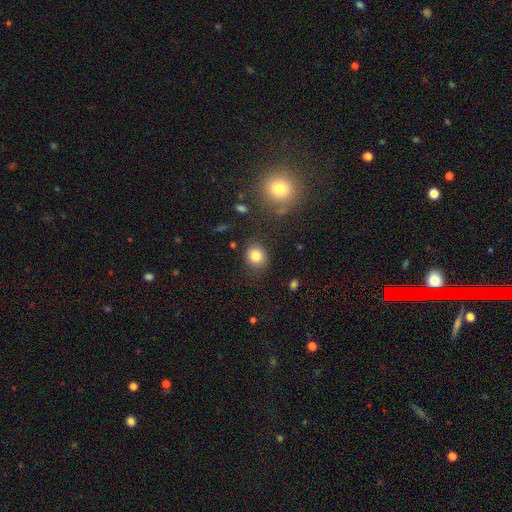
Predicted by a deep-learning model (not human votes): Morphology: type=smooth (82%); roundness=round (75%); merging=none (84%).